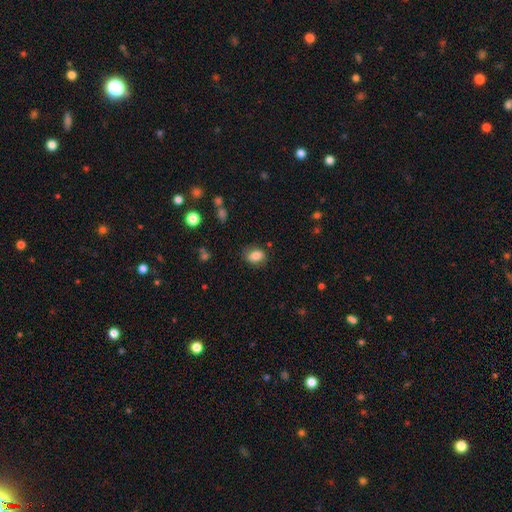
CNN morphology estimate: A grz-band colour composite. It shows a smooth galaxy with no disk features (83%) that is in between round and cigar-shaped (75%). Merging: none (76%).